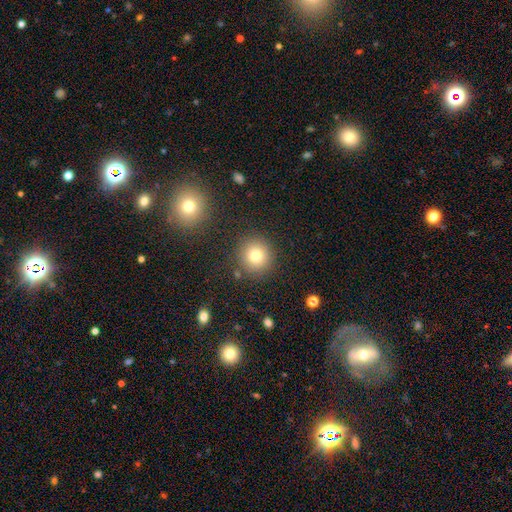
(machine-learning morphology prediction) Q: Smooth or featured?
A: smooth (77%); runner-up: star or artifact (14%)
Q: How rounded?
A: round (92%); runner-up: in between (7%)
Q: Merging?
A: none (87%); runner-up: minor disturbance (7%)